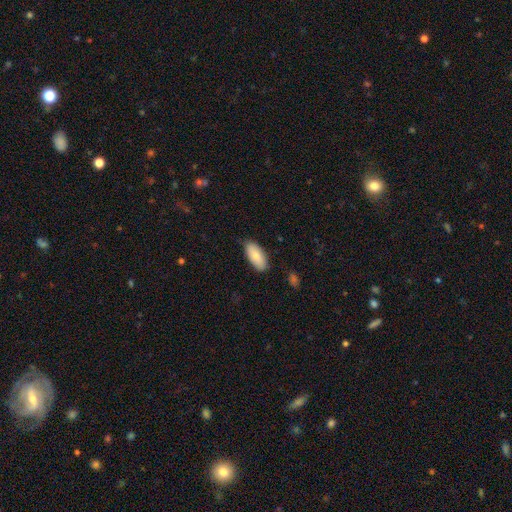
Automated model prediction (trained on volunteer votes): This appears to be a smooth galaxy with no disk features (83%) that is in between round and cigar-shaped (90%). Merging: none (82%).